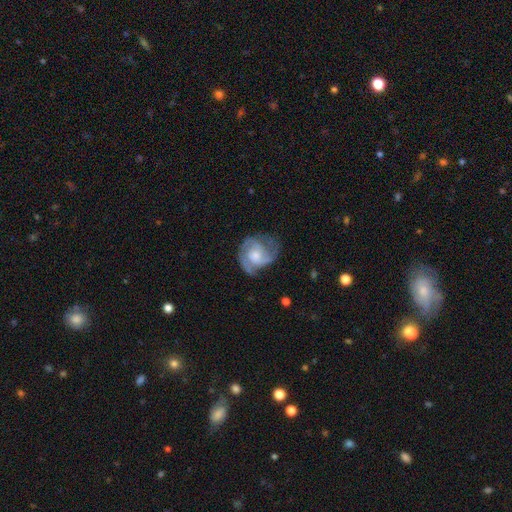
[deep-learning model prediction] Smooth or featured? Predicted: featured or disk (p=0.78). Edge-on disk? Predicted: no (p=0.98). Bar? Predicted: no (p=0.70). Spiral arms? Predicted: yes (p=0.93). Spiral winding? Predicted: medium (p=0.47). Spiral arm count? Predicted: 3 (p=0.36). Bulge size? Predicted: moderate (p=0.46). Merging? Predicted: none (p=0.57).